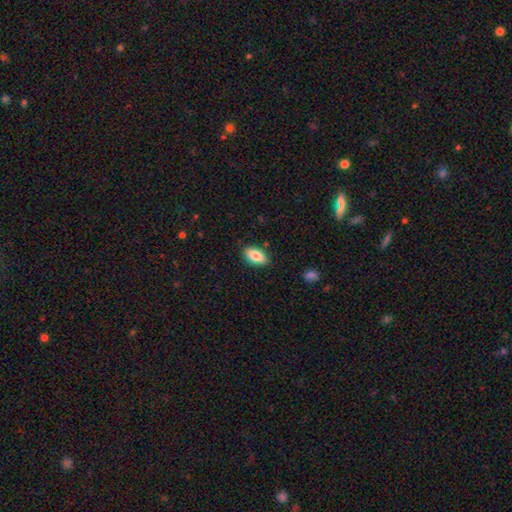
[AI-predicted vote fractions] Q: Smooth or featured?
A: smooth (81%); runner-up: featured or disk (12%)
Q: How rounded?
A: in between (91%); runner-up: cigar-shaped (6%)
Q: Merging?
A: none (86%); runner-up: minor disturbance (11%)